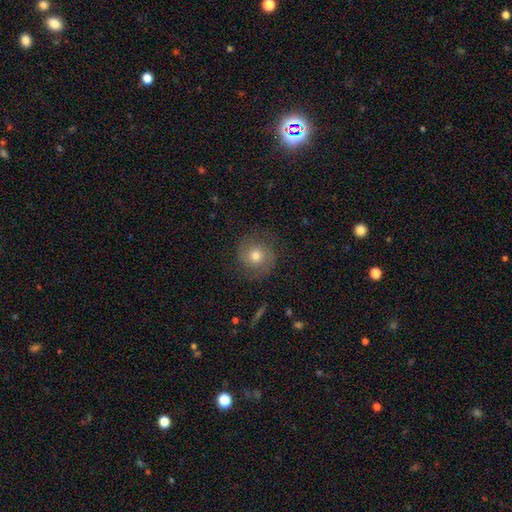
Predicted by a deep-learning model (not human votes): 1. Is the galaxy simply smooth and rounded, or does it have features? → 56% smooth, 32% featured or disk, 11% star or artifact.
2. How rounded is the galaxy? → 92% round, 7% in between, 1% cigar-shaped.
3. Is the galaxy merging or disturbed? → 81% none, 13% minor disturbance, 6% major disturbance, 1% merger.